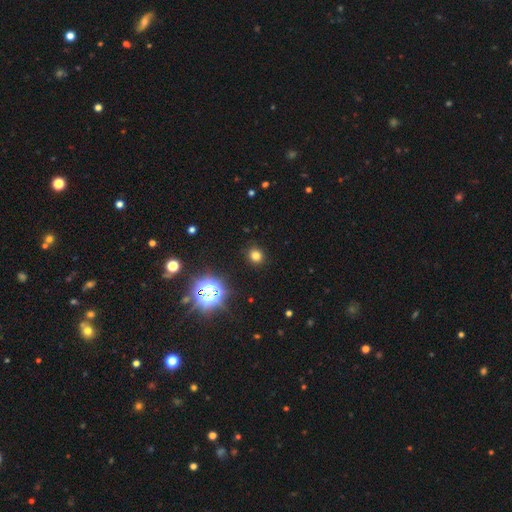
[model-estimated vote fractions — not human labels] Q: Smooth or featured?
A: smooth (73%); runner-up: star or artifact (22%)
Q: How rounded?
A: round (83%); runner-up: in between (16%)
Q: Merging?
A: none (90%); runner-up: minor disturbance (7%)